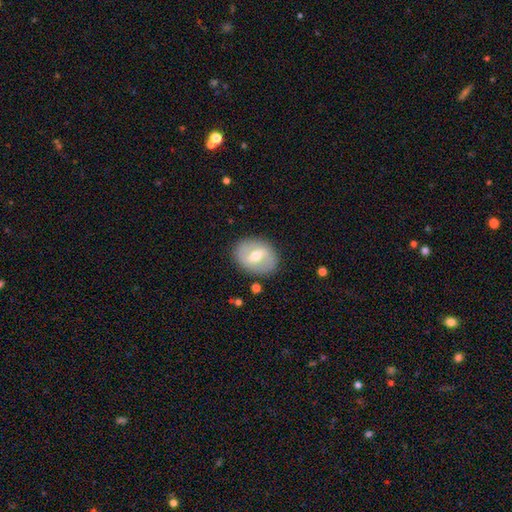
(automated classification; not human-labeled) A featured or disk galaxy (51%). Merging: none (85%).